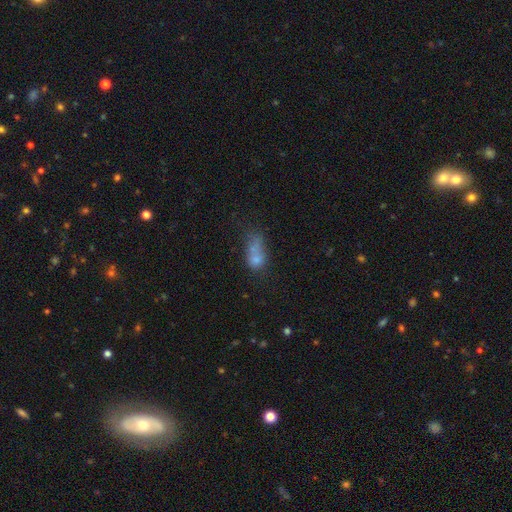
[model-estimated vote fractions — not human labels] Smooth or featured: smooth — 63% (featured or disk — 21%)
How rounded: in between — 66% (round — 27%)
Merging: merger — 47% (none — 22%)